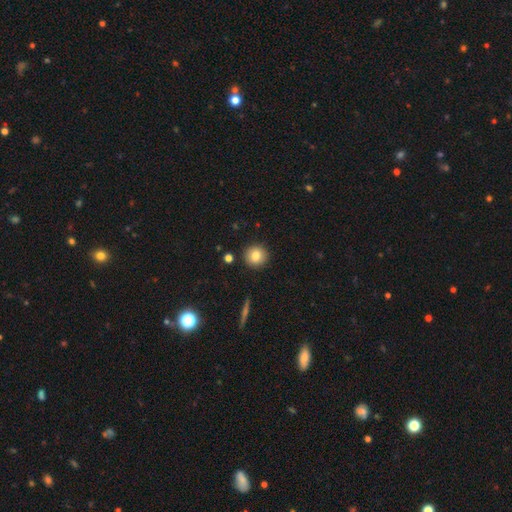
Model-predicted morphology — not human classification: smooth 81%, star or artifact 10%, featured or disk 9%. Down the decision tree: how rounded — round (93%); merging — none (91%).